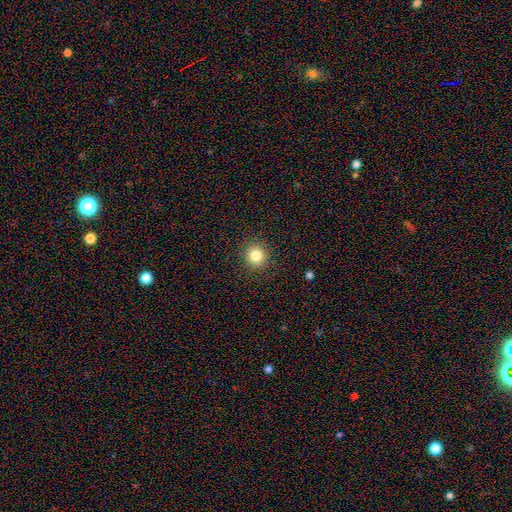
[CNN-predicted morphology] smooth-or-featured: smooth: 82% | star or artifact: 12% | featured or disk: 6%
  how-rounded: round: 92% | in between: 7% | cigar-shaped: 1%
  merging: none: 91% | minor disturbance: 6% | major disturbance: 2% | merger: 1%